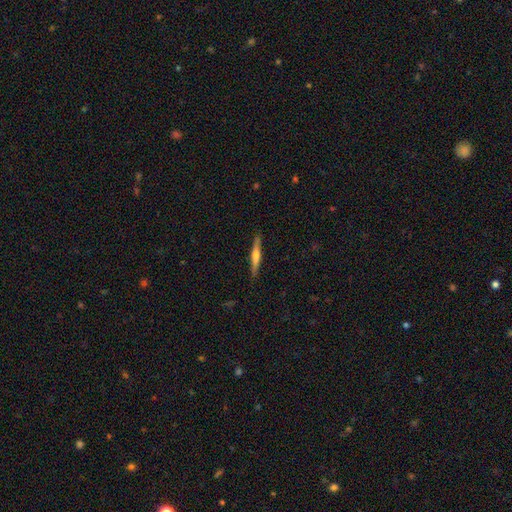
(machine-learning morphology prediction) A smooth galaxy with no disk features (49%).

Vote fractions:
- Smooth or featured? smooth: 49% / featured or disk: 46% / star or artifact: 6%
- Merging? none: 88% / minor disturbance: 9% / major disturbance: 2% / merger: 1%